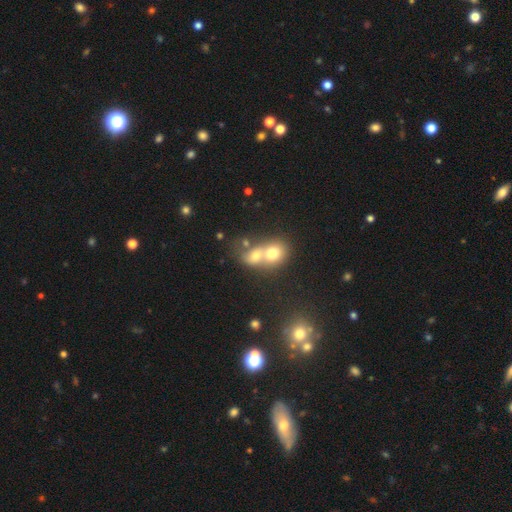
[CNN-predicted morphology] smooth 67%, featured or disk 21%, star or artifact 12%. Down the decision tree: how rounded — round (57%); merging — merger (73%).